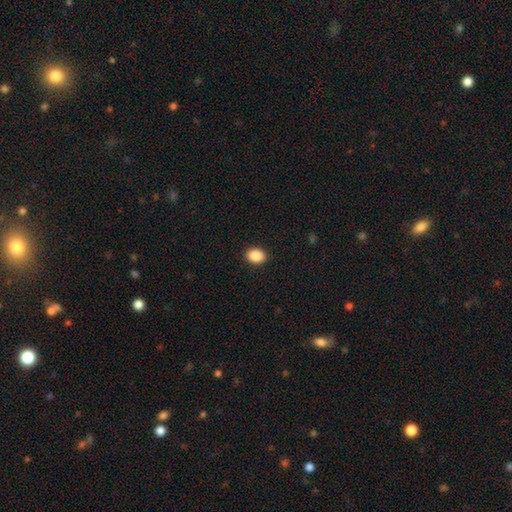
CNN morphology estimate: A smooth galaxy with no disk features (88%) that is in between round and cigar-shaped (69%). Merging: none (91%).